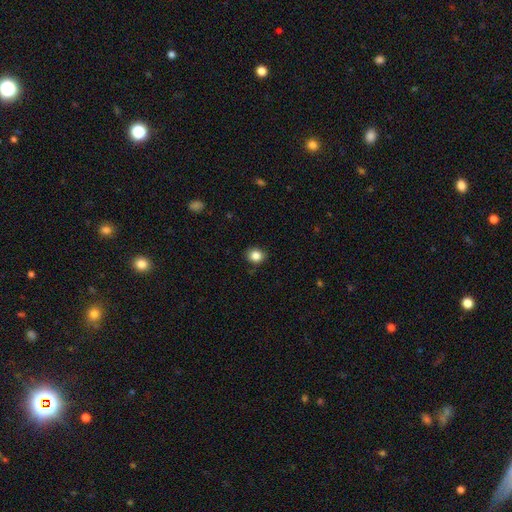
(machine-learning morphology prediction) Smooth or featured? smooth (85%)
How rounded? round (74%)
Merging? none (86%)